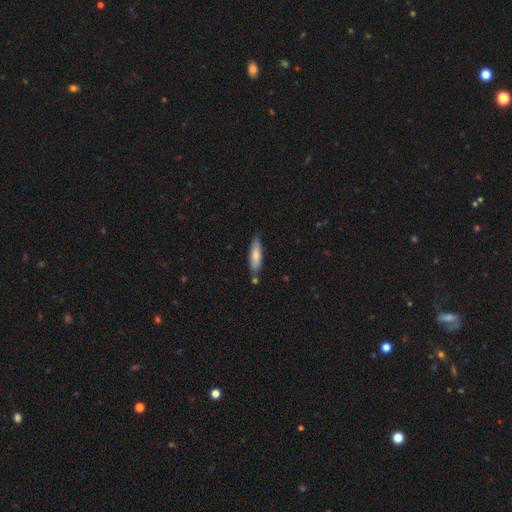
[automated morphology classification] This is likely a smooth galaxy (73%). How rounded: likely cigar-shaped (65%). Merging: likely none (73%).